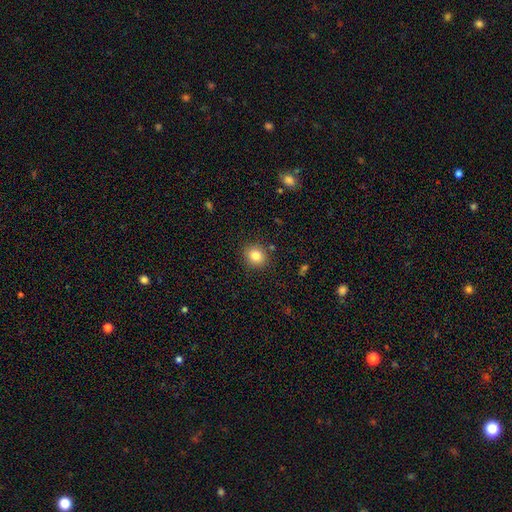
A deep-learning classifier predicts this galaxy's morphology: Smooth or featured? smooth (82%)
How rounded? round (80%)
Merging? none (87%)